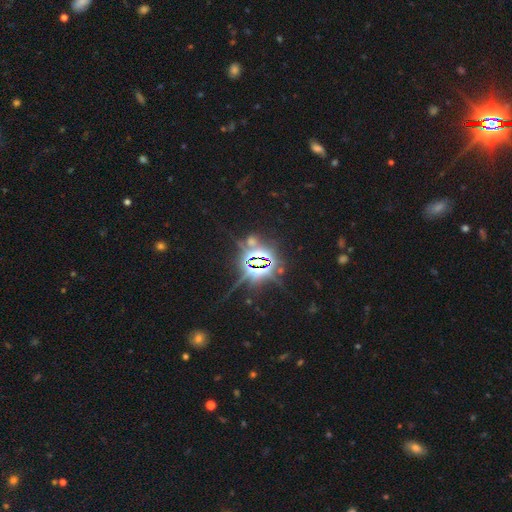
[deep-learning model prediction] This is clearly a star or artifact rather than a galaxy (84%).